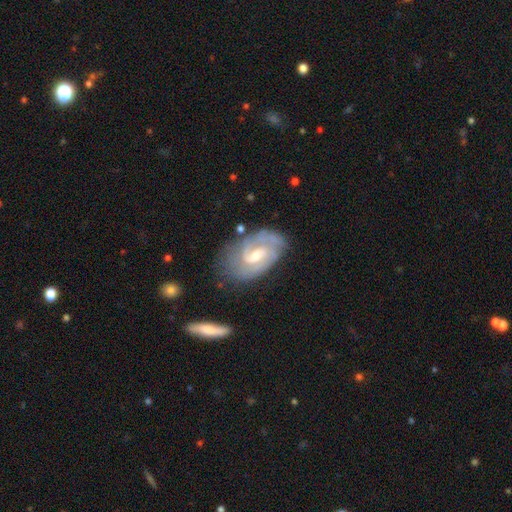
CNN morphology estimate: The model was most divided on "spiral winding": tight: 46%, medium: 43%, loose: 11%. More confident: edge-on disk — no (96%); spiral arms — yes (95%); smooth or featured — featured or disk (85%); merging — none (69%); spiral arm count — 2 (64%); bar — weak (59%); bulge size — moderate (53%).